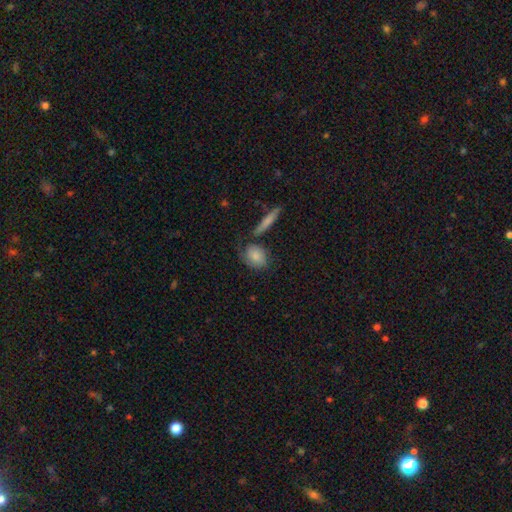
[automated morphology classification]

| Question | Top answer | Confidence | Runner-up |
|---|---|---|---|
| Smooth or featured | smooth | 76% | featured or disk (17%) |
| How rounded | in between | 58% | round (37%) |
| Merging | none | 59% | minor disturbance (21%) |